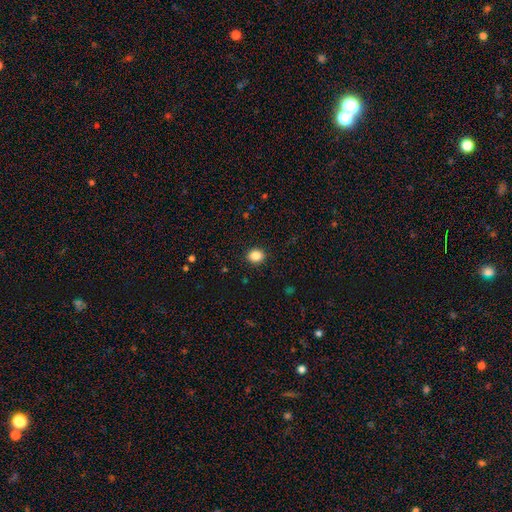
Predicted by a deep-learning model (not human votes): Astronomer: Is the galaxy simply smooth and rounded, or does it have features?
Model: smooth — 86%.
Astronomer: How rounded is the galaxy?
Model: round — 68%.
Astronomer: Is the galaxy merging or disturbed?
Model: none — 91%.